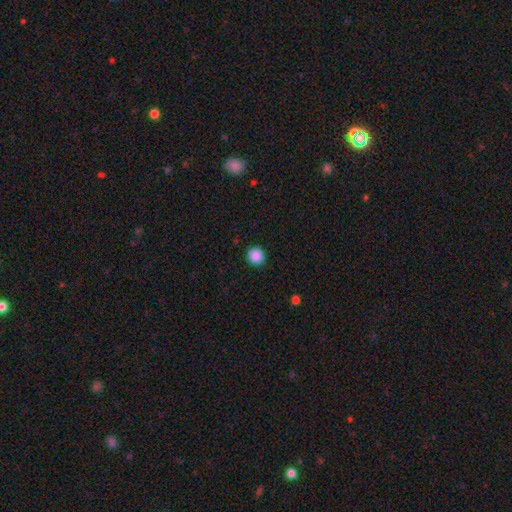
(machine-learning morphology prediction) Smooth or featured?
  - smooth: 88% *
  - star or artifact: 9%
  - featured or disk: 2%
How rounded?
  - round: 91% *
  - in between: 8%
  - cigar-shaped: 1%
Merging?
  - none: 91% *
  - minor disturbance: 6%
  - major disturbance: 2%
  - merger: 1%